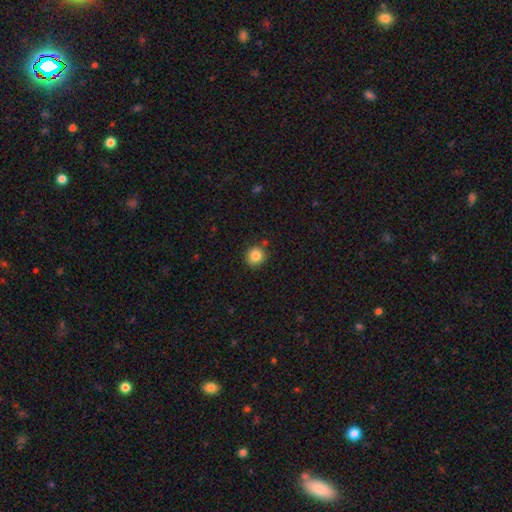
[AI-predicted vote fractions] smooth_or_featured: smooth (p=0.85) [alt: star or artifact p=0.10]
how_rounded: round (p=0.90) [alt: in between p=0.10]
merging: none (p=0.85) [alt: minor disturbance p=0.09]